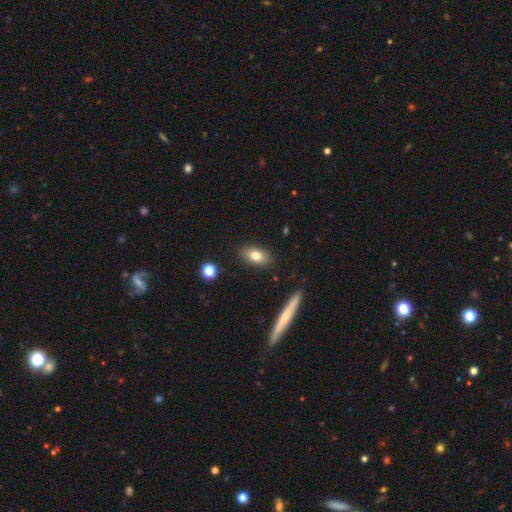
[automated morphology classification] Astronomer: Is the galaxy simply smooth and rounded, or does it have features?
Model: smooth — 78%.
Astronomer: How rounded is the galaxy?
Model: in between — 85%.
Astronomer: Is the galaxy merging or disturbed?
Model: none — 86%.